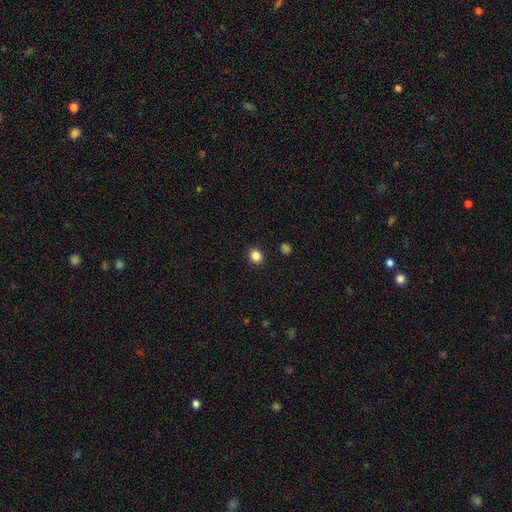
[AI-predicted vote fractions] smooth_or_featured: smooth (p=0.85) [alt: star or artifact p=0.11]
how_rounded: round (p=0.73) [alt: in between p=0.26]
merging: none (p=0.90) [alt: minor disturbance p=0.06]